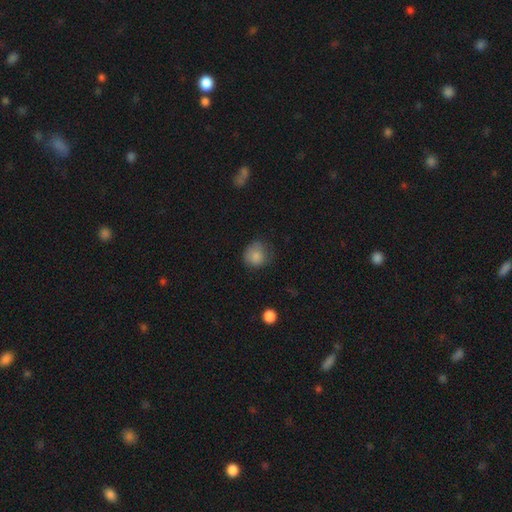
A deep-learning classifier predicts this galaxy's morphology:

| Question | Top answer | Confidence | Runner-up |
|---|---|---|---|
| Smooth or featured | smooth | 83% | star or artifact (9%) |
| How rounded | round | 82% | in between (17%) |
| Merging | none | 64% | minor disturbance (26%) |